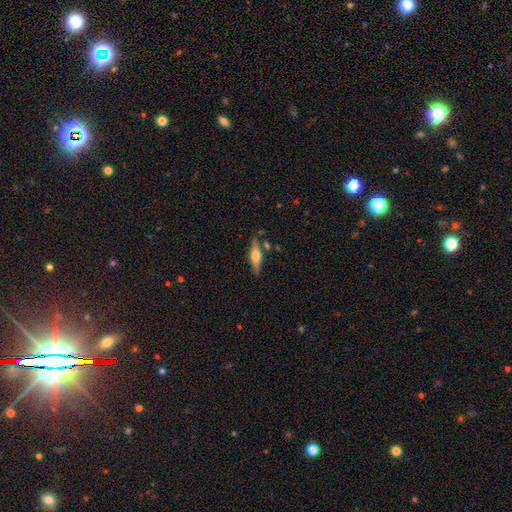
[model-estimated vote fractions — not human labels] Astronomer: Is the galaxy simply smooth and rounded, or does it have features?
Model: featured or disk — 54% (runner-up: smooth, 40%).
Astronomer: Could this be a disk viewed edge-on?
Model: yes — 93%.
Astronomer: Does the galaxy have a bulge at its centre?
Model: rounded — 89%.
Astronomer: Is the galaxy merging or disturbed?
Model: none — 79%.